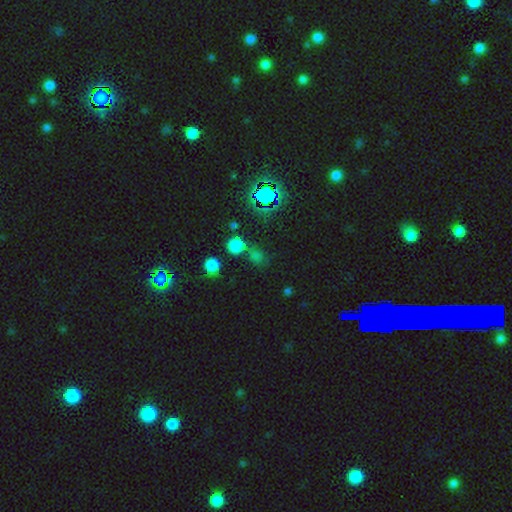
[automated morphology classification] The model was most divided on "smooth or featured": smooth: 56%, star or artifact: 37%, featured or disk: 7%. More confident: how rounded — round (82%); merging — none (67%).